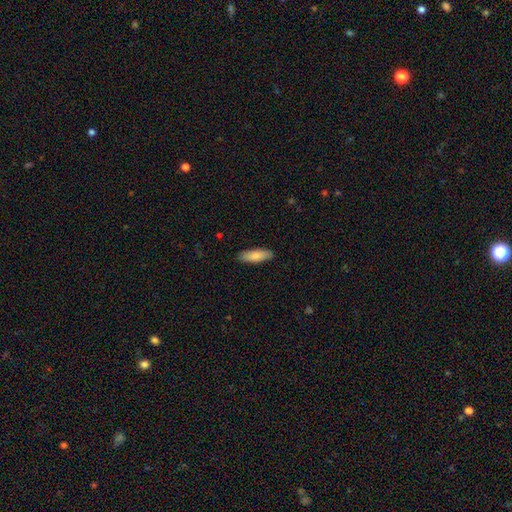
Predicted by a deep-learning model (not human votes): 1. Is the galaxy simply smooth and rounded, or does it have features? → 80% smooth, 15% featured or disk, 6% star or artifact.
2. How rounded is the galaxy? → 54% in between, 44% cigar-shaped, 2% round.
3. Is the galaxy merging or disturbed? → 89% none, 9% minor disturbance, 2% major disturbance, 1% merger.